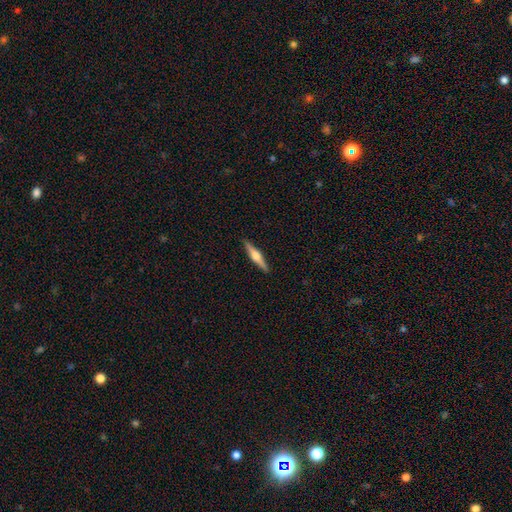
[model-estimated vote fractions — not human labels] Smooth or featured? featured or disk (65%)
Edge-on disk? yes (98%)
Edge-on bulge? rounded (90%)
Merging? none (91%)